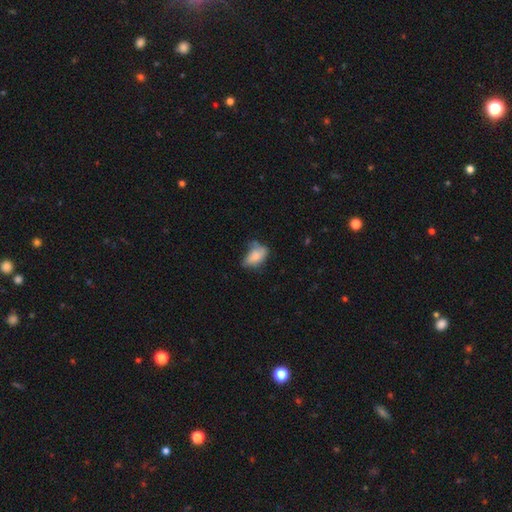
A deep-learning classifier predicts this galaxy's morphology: Overall: smooth (77%). How rounded: in between (90%). Merging: minor disturbance (38%, tied with none).